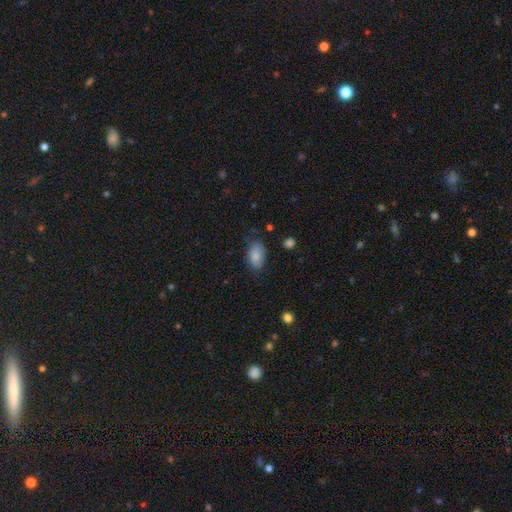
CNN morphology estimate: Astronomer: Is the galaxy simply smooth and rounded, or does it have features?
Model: smooth — 84%.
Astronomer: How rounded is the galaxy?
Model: in between — 91%.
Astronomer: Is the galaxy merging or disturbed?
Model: none — 71%.